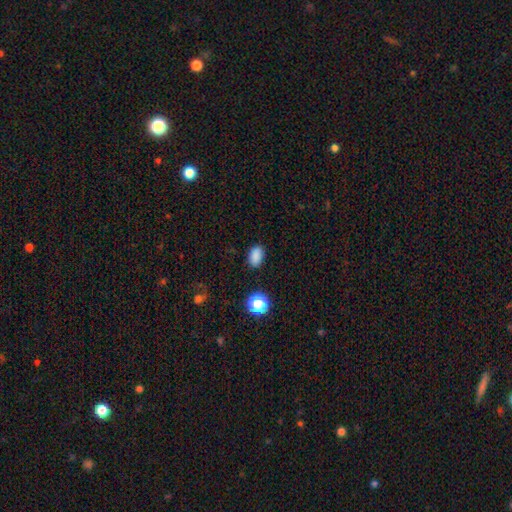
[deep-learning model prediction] This appears to be a smooth galaxy with no disk features (85%) that is in between round and cigar-shaped (85%). Merging: none (85%).